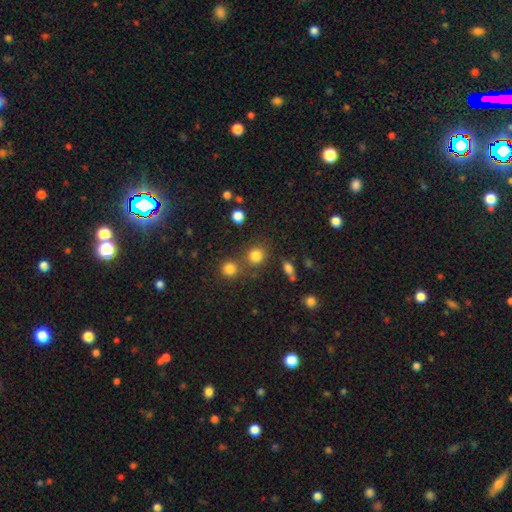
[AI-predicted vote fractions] Smooth or featured?
  - smooth: 81% *
  - star or artifact: 13%
  - featured or disk: 6%
How rounded?
  - round: 84% *
  - in between: 15%
  - cigar-shaped: 1%
Merging?
  - none: 70% *
  - merger: 17%
  - minor disturbance: 9%
  - major disturbance: 4%